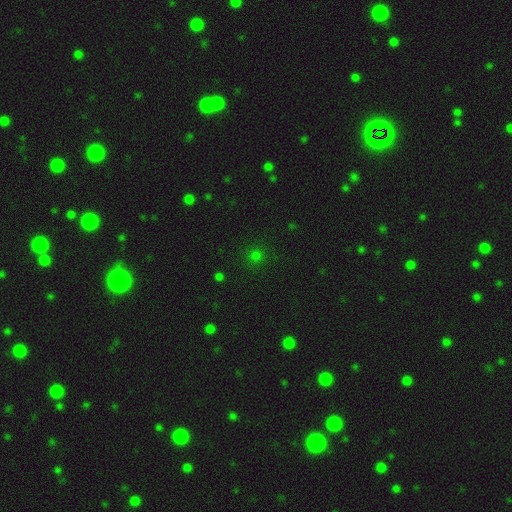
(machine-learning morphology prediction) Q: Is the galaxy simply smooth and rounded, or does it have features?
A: smooth — 67%.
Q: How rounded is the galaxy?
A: round — 91%.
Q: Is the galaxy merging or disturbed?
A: none — 88%.